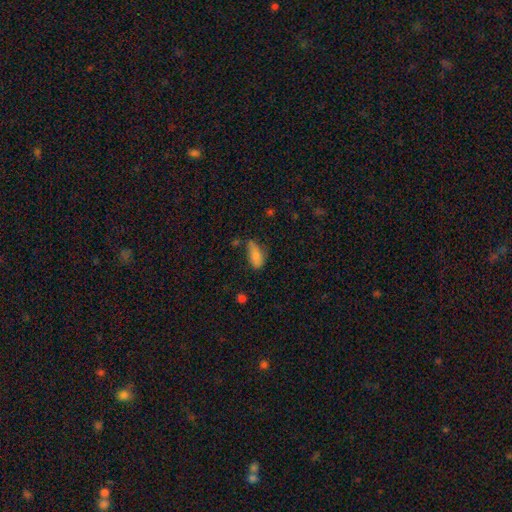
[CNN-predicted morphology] The model was most divided on "merging" (2-way tie): none: 39%, minor disturbance: 39%, major disturbance: 15%, merger: 7%. More confident: how rounded — in between (88%); smooth or featured — smooth (79%).